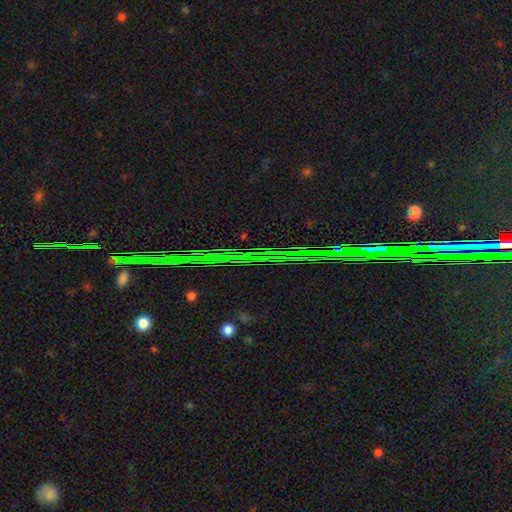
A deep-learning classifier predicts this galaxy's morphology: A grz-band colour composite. It shows a star or artifact, not a galaxy (78%).